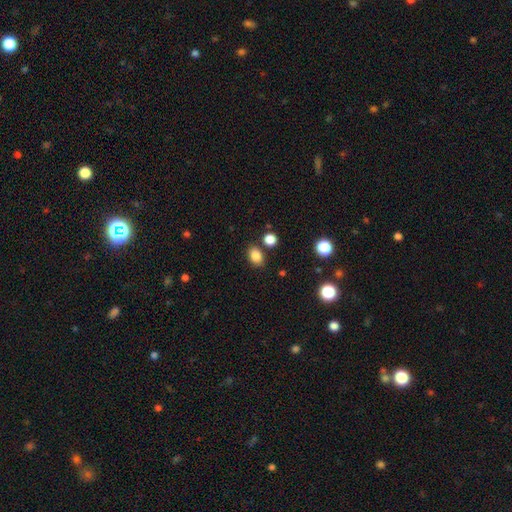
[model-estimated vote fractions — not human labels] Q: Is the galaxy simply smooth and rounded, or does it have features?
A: smooth — 85%.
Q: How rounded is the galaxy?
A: in between — 69%.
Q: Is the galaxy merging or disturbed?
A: none — 79%.